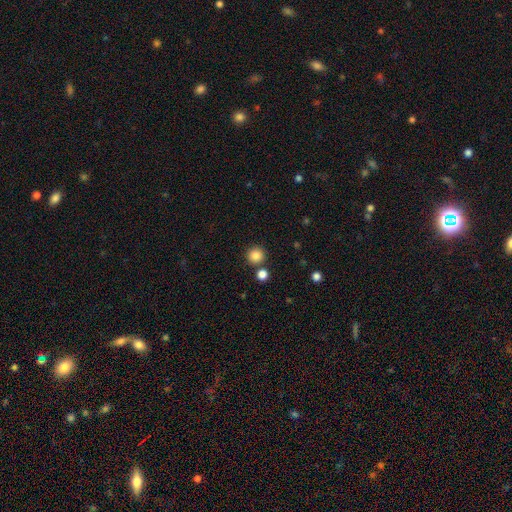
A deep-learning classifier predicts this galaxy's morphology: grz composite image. It shows a smooth galaxy with no disk features (85%) that is round (94%). Merging: none (83%).